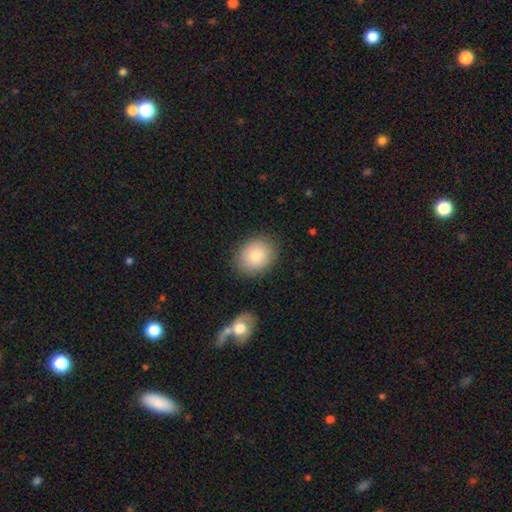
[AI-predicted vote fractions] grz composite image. It shows a smooth galaxy with no disk features (80%) that is round (61%). Merging: none (84%).